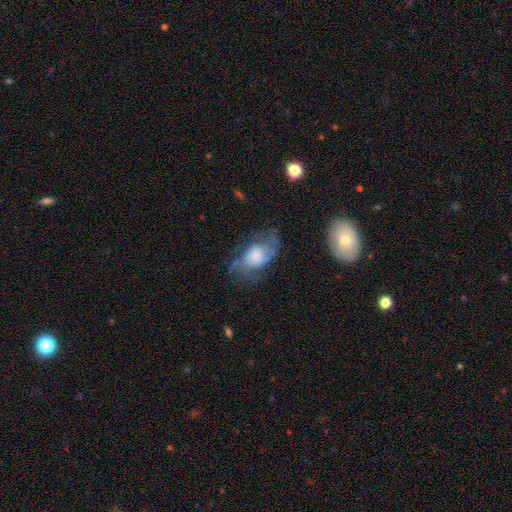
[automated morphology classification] This appears to be a featured or disk galaxy (69%) with no bar (74%), 2 (43%) medium (44%) spiral arms (84%) and a large central bulge (40%). Merging: none (56%).